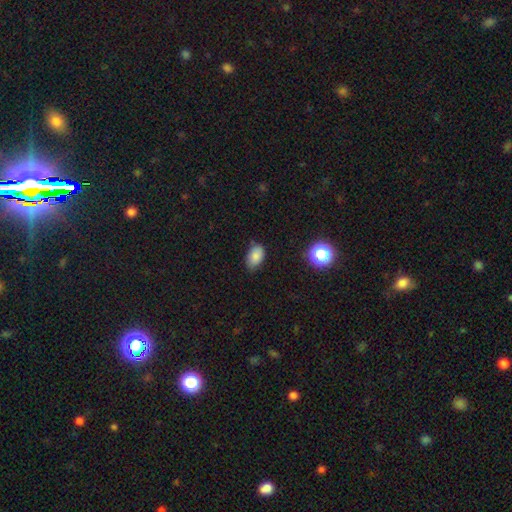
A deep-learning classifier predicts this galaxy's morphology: Smooth or featured: smooth — 83% (star or artifact — 11%)
How rounded: in between — 89% (round — 10%)
Merging: none — 73% (minor disturbance — 22%)